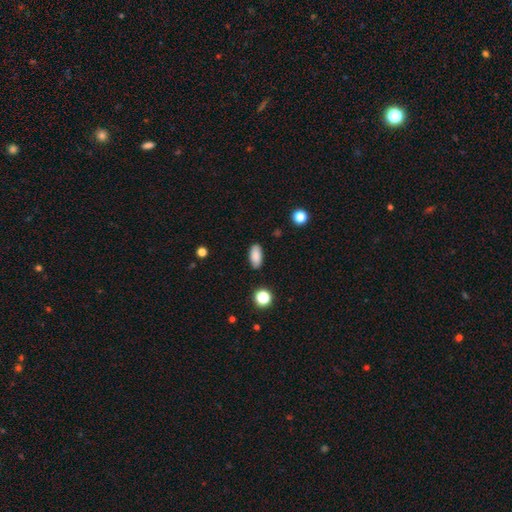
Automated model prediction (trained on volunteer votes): Smooth or featured? Predicted: smooth (p=0.86). How rounded? Predicted: in between (p=0.88). Merging? Predicted: none (p=0.86).